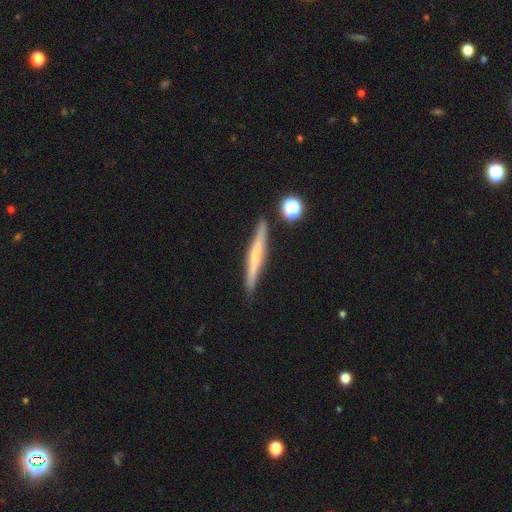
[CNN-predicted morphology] A featured or disk galaxy (51%) viewed edge-on (96%).

Vote fractions:
- Smooth or featured? featured or disk: 51% / smooth: 42% / star or artifact: 7%
- Edge-on disk? yes: 96% / no: 4%
- Merging? none: 86% / minor disturbance: 9% / merger: 3% / major disturbance: 2%